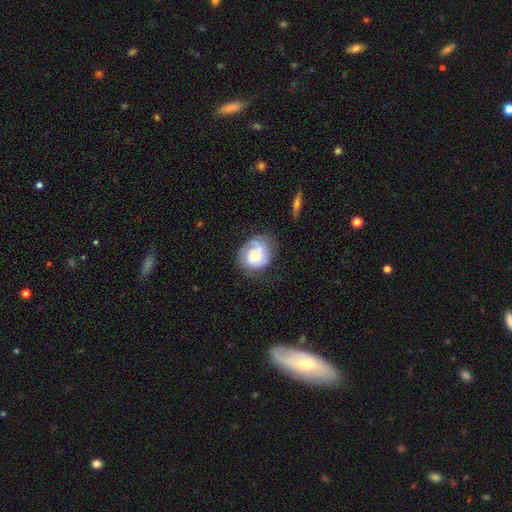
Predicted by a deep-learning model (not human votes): The model was most divided on "bulge size": small: 46%, moderate: 34%, large: 10%, none: 8%, dominant: 3%. More confident: edge-on disk — no (97%); spiral arms — yes (83%); bar — no (73%); merging — none (58%); smooth or featured — featured or disk (52%).